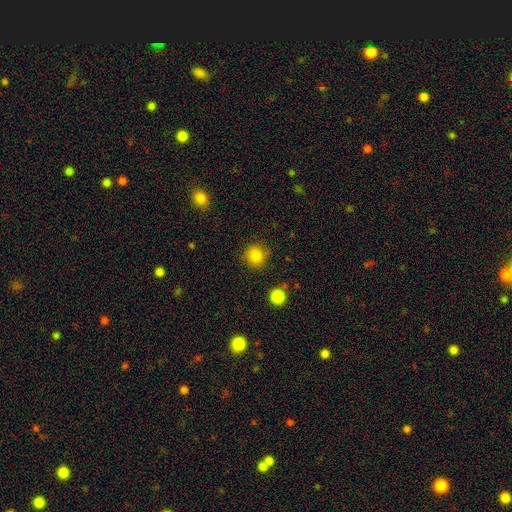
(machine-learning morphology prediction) type=smooth (85%); roundness=round (92%); merging=none (87%).